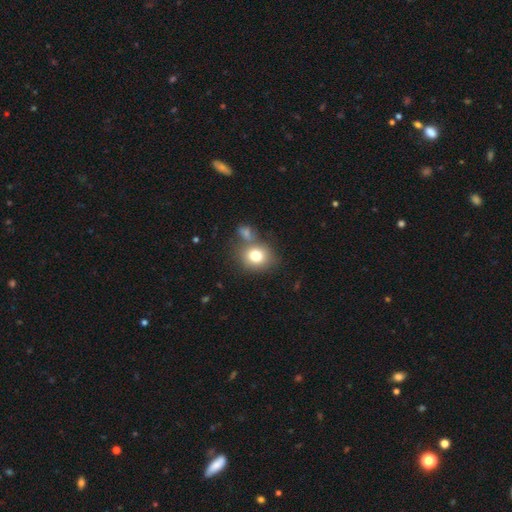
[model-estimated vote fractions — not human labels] Q: Smooth or featured?
A: smooth (77%); runner-up: featured or disk (12%)
Q: How rounded?
A: round (68%); runner-up: in between (31%)
Q: Merging?
A: none (58%); runner-up: merger (25%)